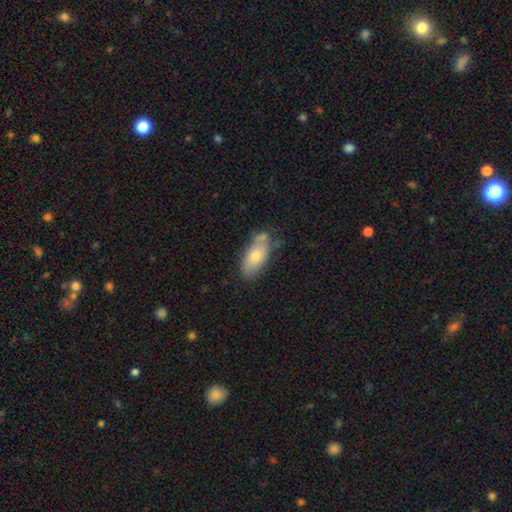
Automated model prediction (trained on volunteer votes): Q: Smooth or featured?
A: smooth (70%); runner-up: featured or disk (23%)
Q: How rounded?
A: in between (87%); runner-up: cigar-shaped (10%)
Q: Merging?
A: none (63%); runner-up: minor disturbance (23%)